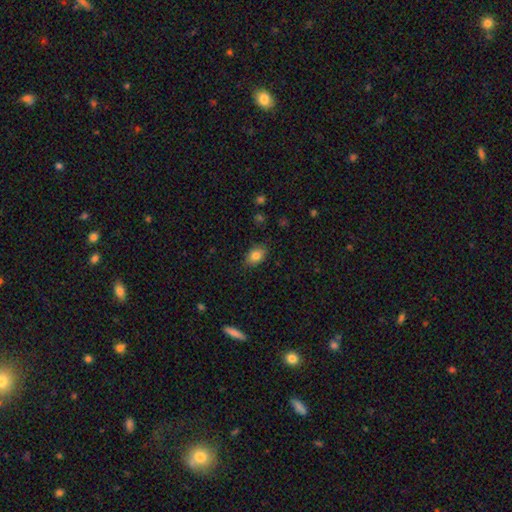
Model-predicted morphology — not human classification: A smooth galaxy with no disk features (82%) that is in between round and cigar-shaped (82%). Merging: none (85%).